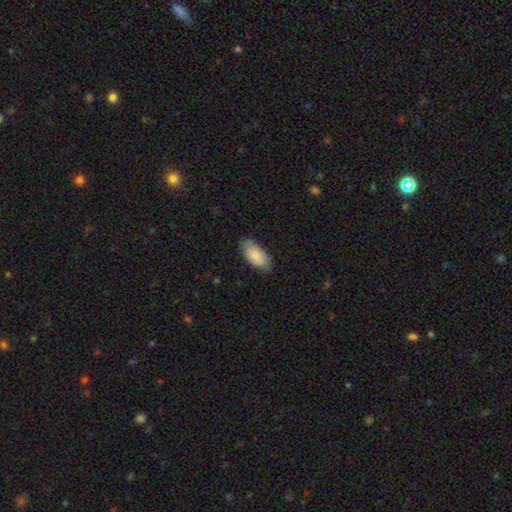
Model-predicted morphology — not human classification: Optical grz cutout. It shows a smooth galaxy with no disk features (77%) that is in between round and cigar-shaped (92%). Merging: none (73%).